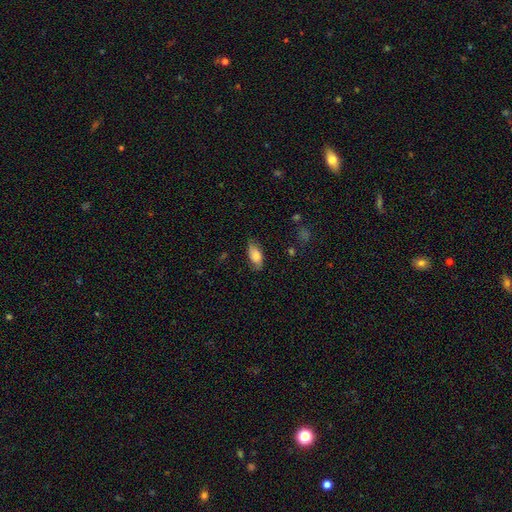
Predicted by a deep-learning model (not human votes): Smooth or featured: smooth — 77% (featured or disk — 16%)
How rounded: in between — 89% (cigar-shaped — 8%)
Merging: none — 71% (minor disturbance — 22%)